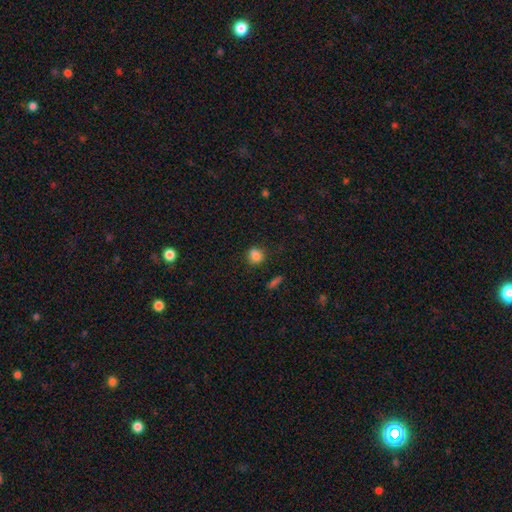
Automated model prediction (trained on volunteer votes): smooth 81%, star or artifact 13%, featured or disk 6%. Down the decision tree: how rounded — round (65%); merging — none (72%).